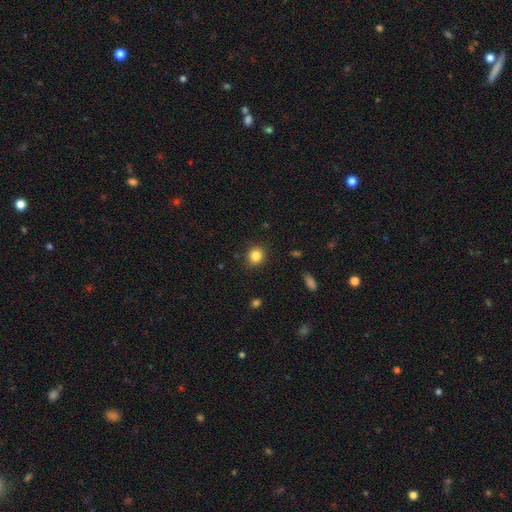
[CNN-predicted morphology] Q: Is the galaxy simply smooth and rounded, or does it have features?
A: smooth — 84%.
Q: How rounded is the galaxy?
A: round — 77%.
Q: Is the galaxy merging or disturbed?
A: none — 88%.